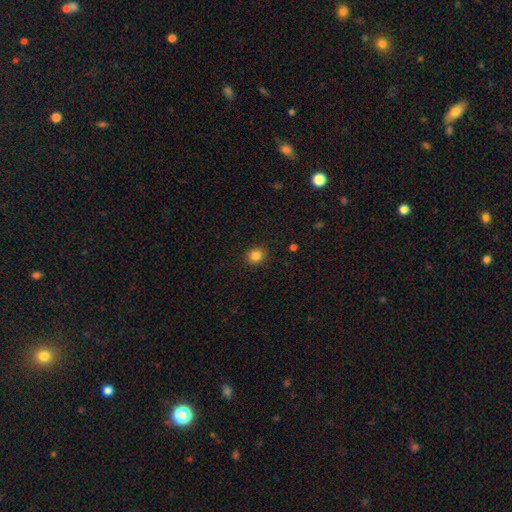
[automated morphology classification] Overall: smooth (85%). How rounded: round (82%). Merging: none (91%).